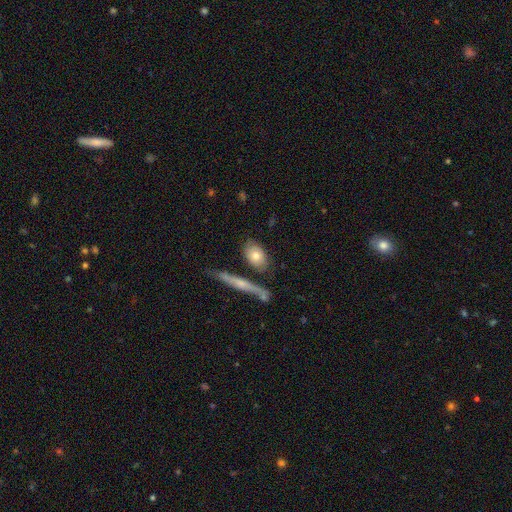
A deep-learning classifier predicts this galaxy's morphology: The model was most divided on "smooth or featured": smooth: 69%, featured or disk: 24%, star or artifact: 6%. More confident: how rounded — in between (76%); merging — none (66%).